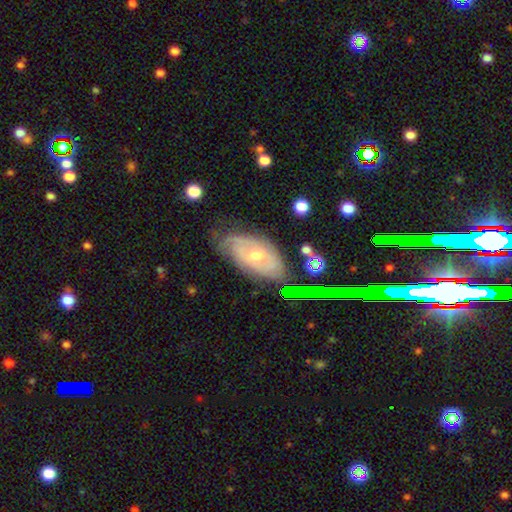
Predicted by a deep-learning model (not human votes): A featured or disk galaxy (65%) with no bar (66%), spiral arms (76%) and a moderate central bulge (62%).

Vote fractions:
- Smooth or featured? featured or disk: 65% / smooth: 26% / star or artifact: 10%
- Edge-on disk? no: 90% / yes: 10%
- Bar? no: 66% / weak: 27% / strong: 6%
- Spiral arms? yes: 76% / no: 24%
- Bulge size? moderate: 62% / small: 33% / large: 3% / none: 1% / dominant: 1%
- Merging? none: 60% / minor disturbance: 28% / major disturbance: 9% / merger: 3%